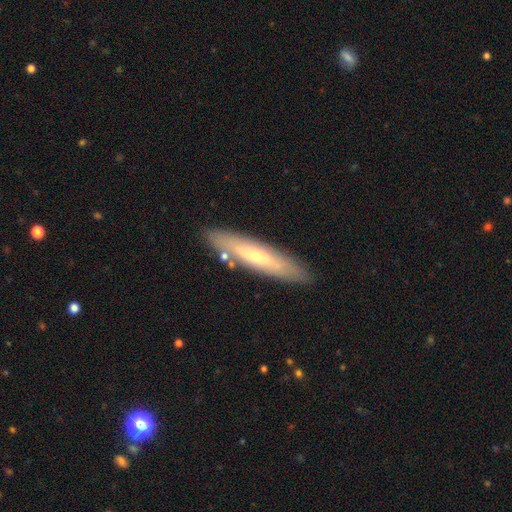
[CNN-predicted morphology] Smooth or featured? featured or disk (52%)
Edge-on disk? yes (61%)
Merging? none (84%)